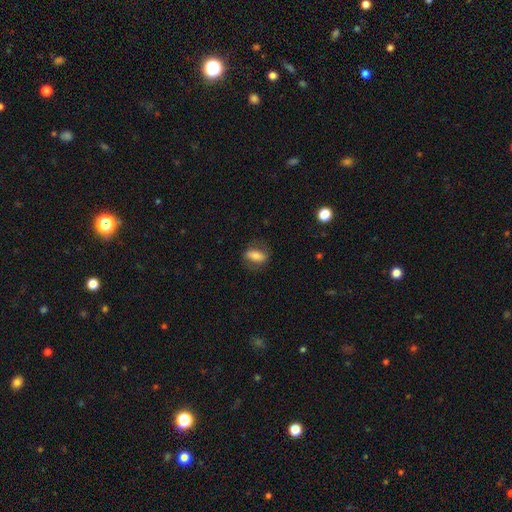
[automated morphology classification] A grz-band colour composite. It shows a smooth galaxy with no disk features (71%) that is in between round and cigar-shaped (77%). Merging: none (74%).